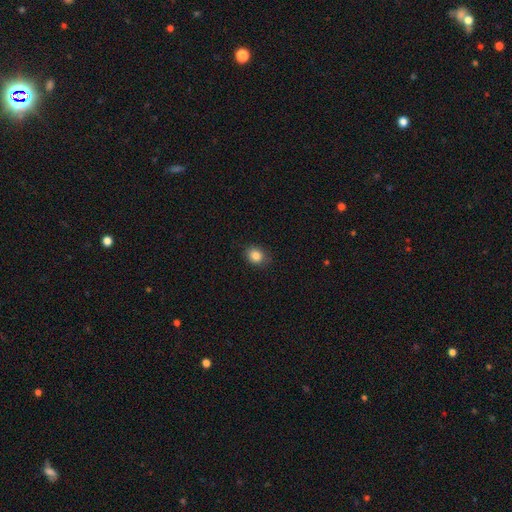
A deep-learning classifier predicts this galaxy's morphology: The model was most divided on "how rounded": round: 54%, in between: 45%, cigar-shaped: 1%. More confident: smooth or featured — smooth (85%); merging — none (84%).